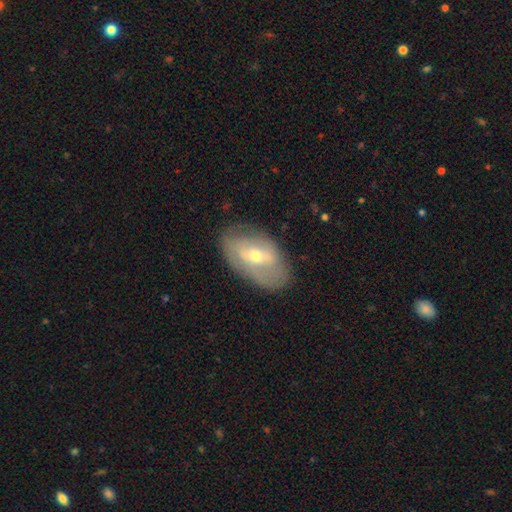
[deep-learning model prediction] This appears to be a featured or disk galaxy (58%) with a weak bar (40%), no spiral arms (53%) and a moderate central bulge (50%). Merging: none (73%).